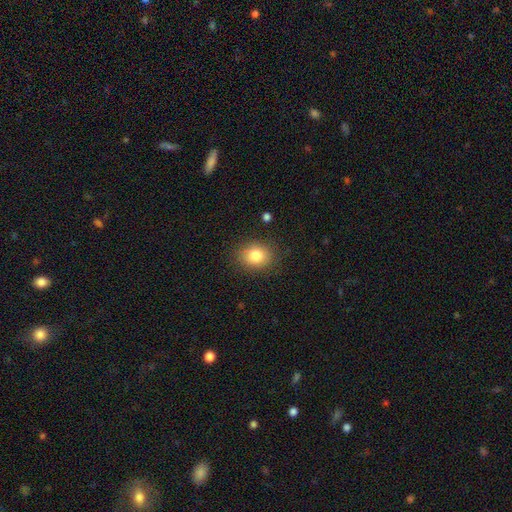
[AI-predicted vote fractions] Overall: smooth (83%). How rounded: round (56%; in between 43%). Merging: none (85%).